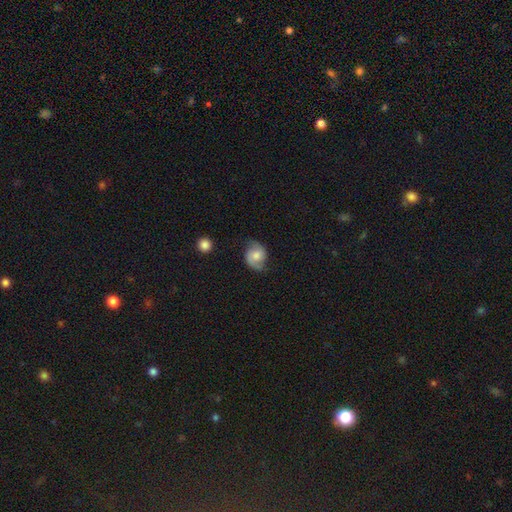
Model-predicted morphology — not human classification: Smooth or featured: featured or disk — 55% (smooth — 37%)
Edge-on disk: no — 97% (yes — 3%)
Bar: no — 67% (weak — 28%)
Spiral arms: yes — 91% (no — 9%)
Bulge size: moderate — 57% (small — 22%)
Merging: none — 69% (minor disturbance — 23%)